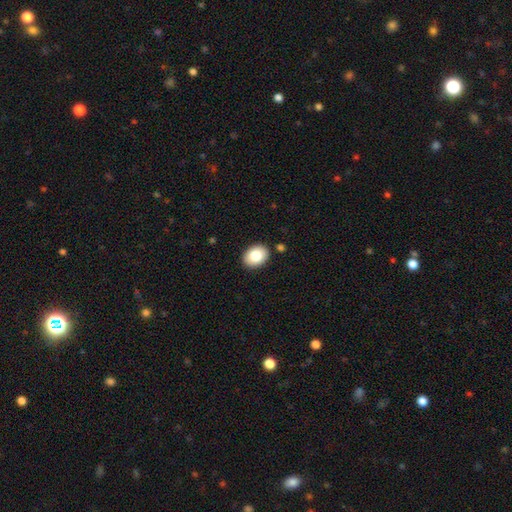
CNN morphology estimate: The model was most divided on "how rounded": in between: 71%, round: 28%, cigar-shaped: 1%. More confident: merging — none (88%); smooth or featured — smooth (84%).